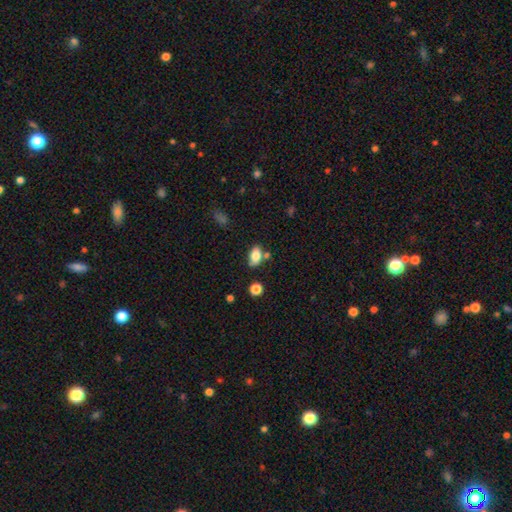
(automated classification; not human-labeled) Smooth or featured?
  - smooth: 81% *
  - featured or disk: 10%
  - star or artifact: 9%
How rounded?
  - in between: 88% *
  - round: 10%
  - cigar-shaped: 3%
Merging?
  - none: 67% *
  - minor disturbance: 16%
  - merger: 13%
  - major disturbance: 4%